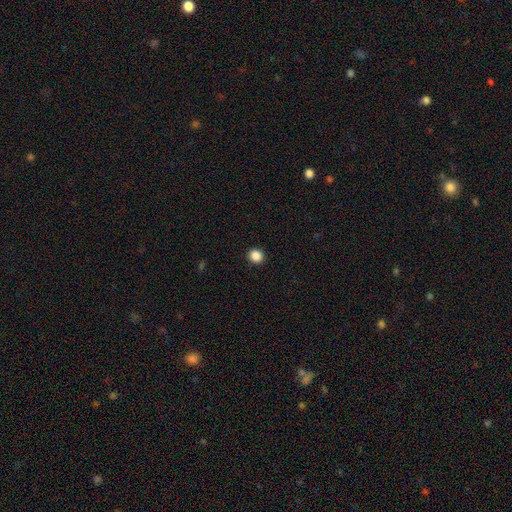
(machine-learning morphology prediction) A smooth galaxy with no disk features (88%) that is round (88%).

Vote fractions:
- Smooth or featured? smooth: 88% / star or artifact: 10% / featured or disk: 3%
- How rounded? round: 88% / in between: 11% / cigar-shaped: 1%
- Merging? none: 93% / minor disturbance: 5% / major disturbance: 2% / merger: 1%